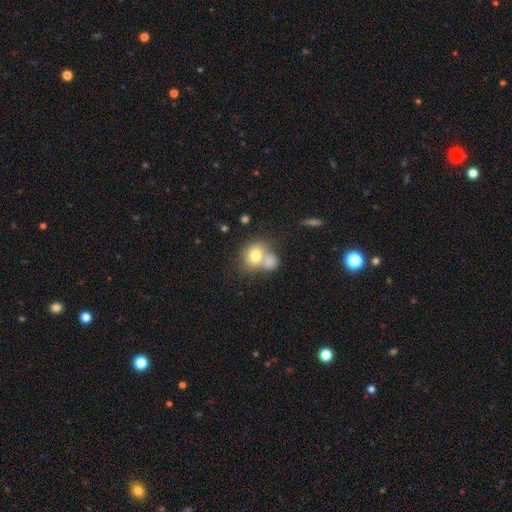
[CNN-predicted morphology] smooth-or-featured: smooth: 75% | featured or disk: 15% | star or artifact: 10%
  how-rounded: round: 64% | in between: 35% | cigar-shaped: 1%
  merging: merger: 51% | none: 35% | minor disturbance: 10% | major disturbance: 4%